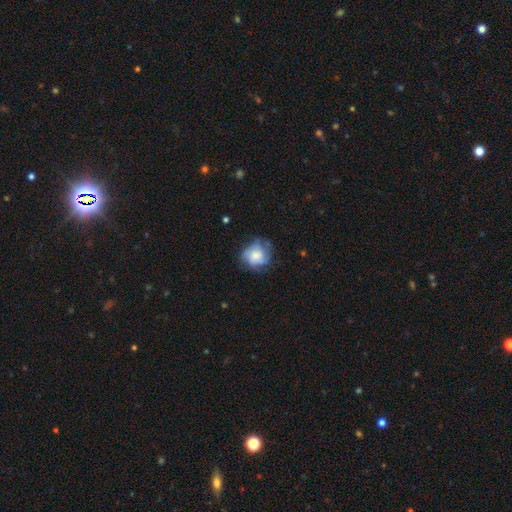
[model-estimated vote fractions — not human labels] Morphology: type=smooth (55%); roundness=round (75%); merging=none (60%).